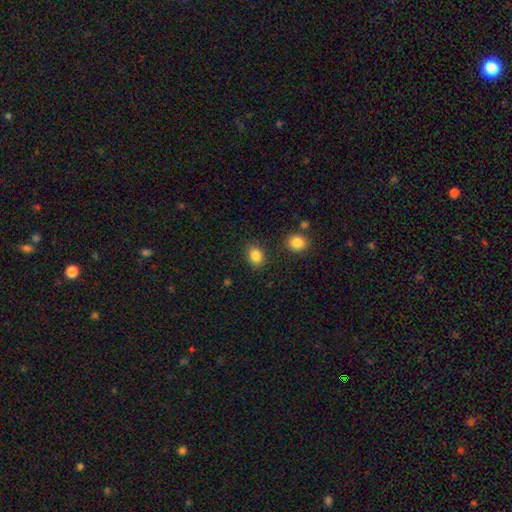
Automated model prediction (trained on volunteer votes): Smooth or featured: smooth — 86% (star or artifact — 10%)
How rounded: in between — 51% (round — 48%)
Merging: none — 84% (minor disturbance — 9%)